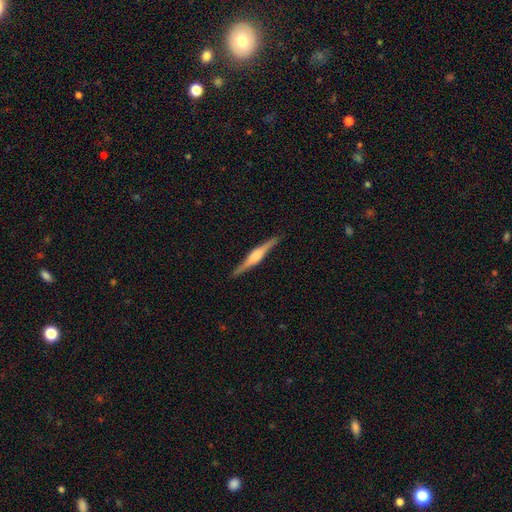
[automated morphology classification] This appears to be a featured or disk galaxy (77%) viewed edge-on (98%) with a rounded central bulge (69%). Merging: none (90%).